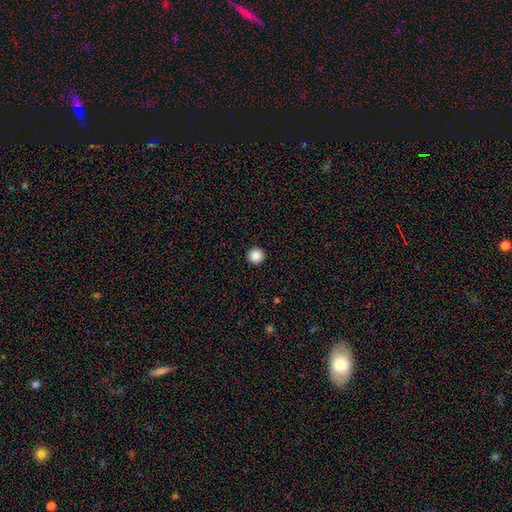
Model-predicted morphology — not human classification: smooth-or-featured: smooth: 88% | star or artifact: 10% | featured or disk: 3%
  how-rounded: round: 96% | in between: 3% | cigar-shaped: 1%
  merging: none: 94% | minor disturbance: 4% | major disturbance: 1% | merger: 1%